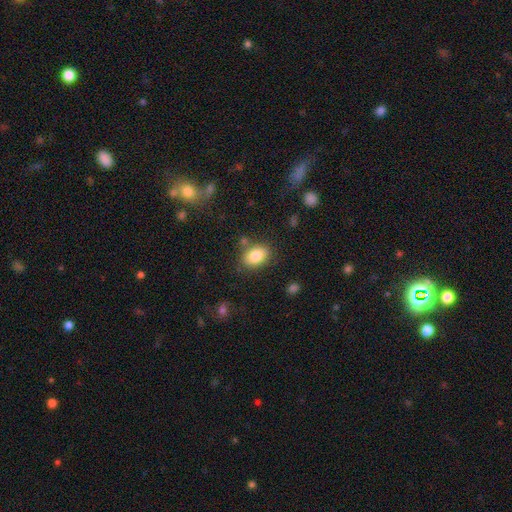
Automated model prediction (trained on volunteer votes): Smooth or featured? smooth (85%)
How rounded? in between (83%)
Merging? none (80%)